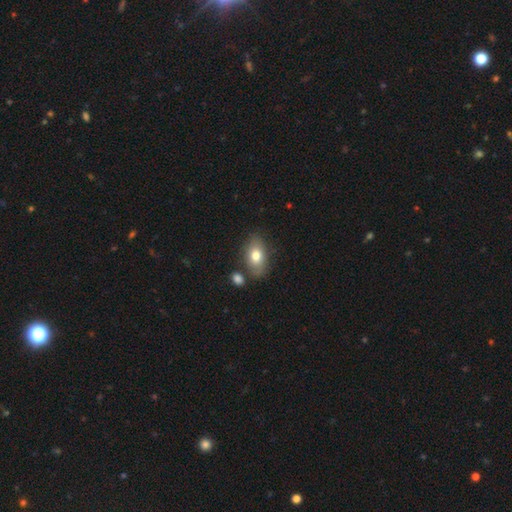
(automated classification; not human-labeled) This is likely a smooth galaxy (75%). How rounded: clearly in between (87%). Merging: likely none (72%).